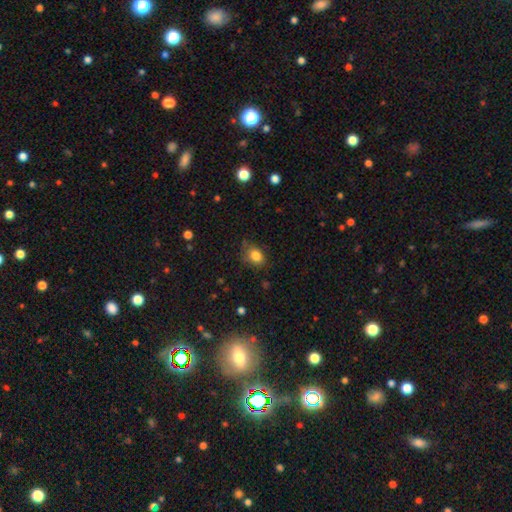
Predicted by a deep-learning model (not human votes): A smooth galaxy with no disk features (83%) that is in between round and cigar-shaped (64%).

Vote fractions:
- Smooth or featured? smooth: 83% / star or artifact: 10% / featured or disk: 7%
- How rounded? in between: 64% / round: 35% / cigar-shaped: 1%
- Merging? none: 67% / minor disturbance: 25% / major disturbance: 6% / merger: 2%